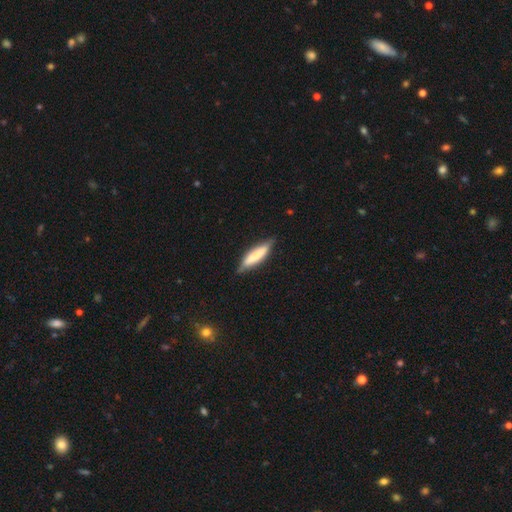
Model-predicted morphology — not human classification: This appears to be a smooth galaxy with no disk features (68%) that is cigar-shaped (73%). Merging: none (74%).